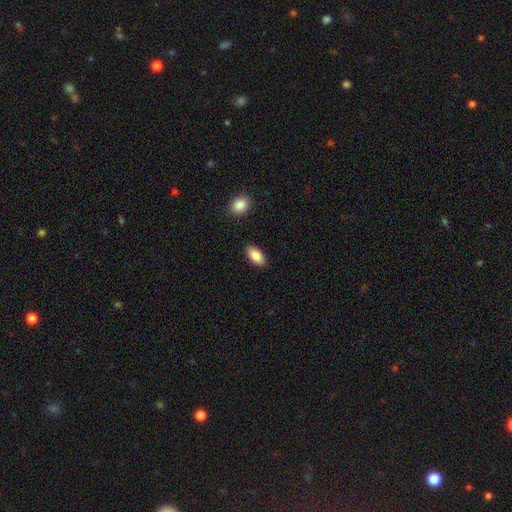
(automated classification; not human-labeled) smooth 86%, featured or disk 7%, star or artifact 7%. Down the decision tree: how rounded — in between (92%); merging — none (87%).